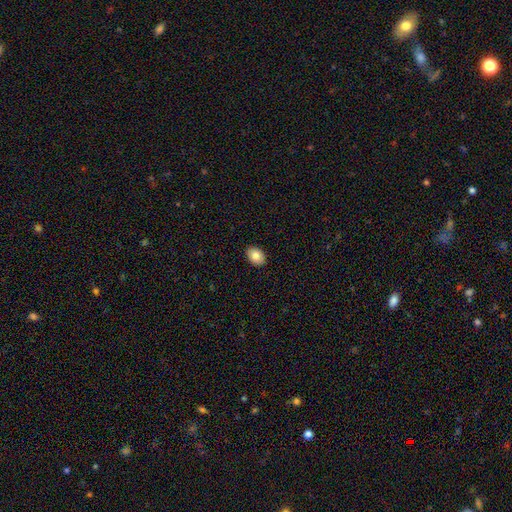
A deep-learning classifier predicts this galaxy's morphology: type=smooth (83%); roundness=in between (73%); merging=none (91%).